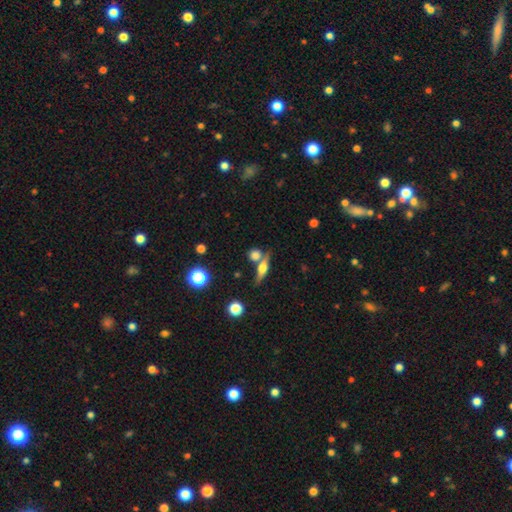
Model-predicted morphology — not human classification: This is possibly a smooth galaxy (51%). How rounded: marginally round (44%). Merging: likely none (63%).